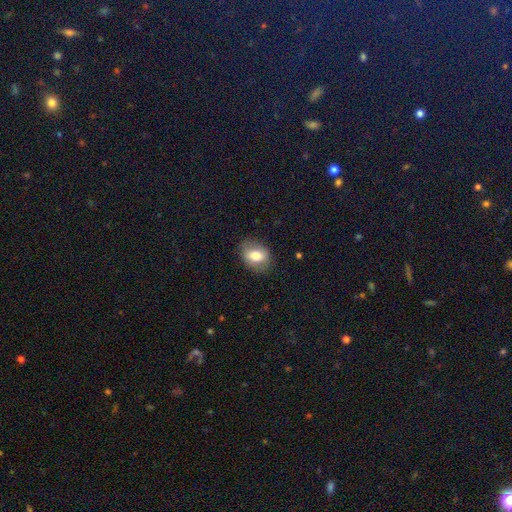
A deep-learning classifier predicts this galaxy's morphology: smooth-or-featured: smooth: 72% | featured or disk: 20% | star or artifact: 8%
  how-rounded: in between: 61% | round: 38% | cigar-shaped: 1%
  merging: none: 79% | minor disturbance: 15% | major disturbance: 4% | merger: 1%